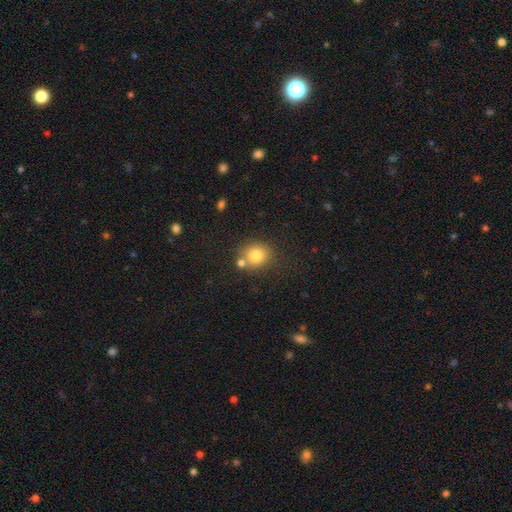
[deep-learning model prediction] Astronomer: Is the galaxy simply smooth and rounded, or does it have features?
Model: smooth — 80%.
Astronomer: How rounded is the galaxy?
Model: round — 81%.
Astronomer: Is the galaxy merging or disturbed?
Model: none — 68%.